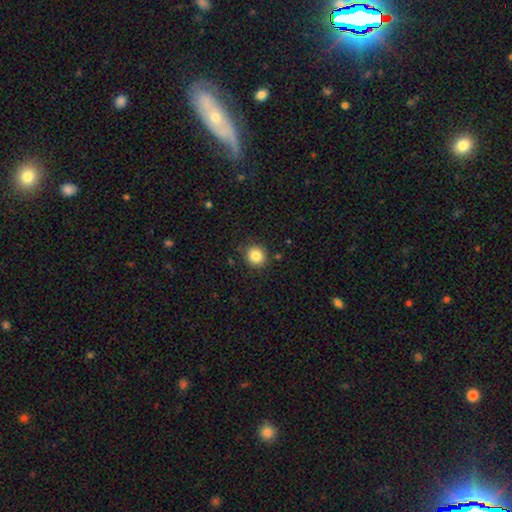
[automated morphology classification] Q: Smooth or featured?
A: smooth (84%); runner-up: star or artifact (11%)
Q: How rounded?
A: round (88%); runner-up: in between (11%)
Q: Merging?
A: none (86%); runner-up: minor disturbance (9%)